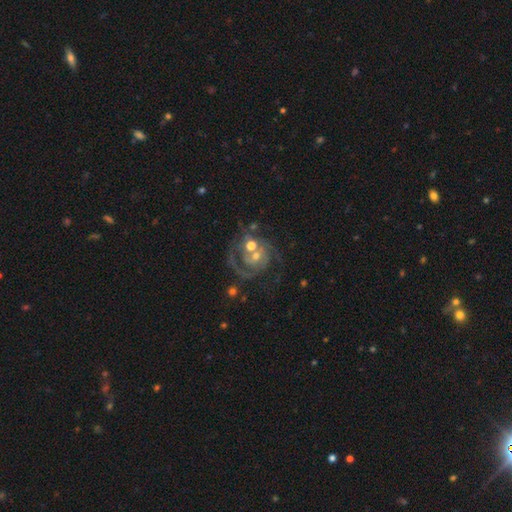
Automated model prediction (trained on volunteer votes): Smooth or featured?
  - featured or disk: 87% *
  - star or artifact: 7%
  - smooth: 6%
Edge-on disk?
  - no: 98% *
  - yes: 2%
Bar?
  - no: 61% *
  - weak: 31%
  - strong: 8%
Spiral arms?
  - yes: 96% *
  - no: 4%
Spiral winding?
  - tight: 48% *
  - medium: 42%
  - loose: 10%
Spiral arm count?
  - 2: 59% *
  - 3: 13%
  - can't tell: 11%
  - 1: 10%
  - 4: 4%
  - more than 4: 3%
Bulge size?
  - small: 47% *
  - moderate: 45%
  - none: 4%
  - large: 3%
  - dominant: 1%
Merging?
  - none: 54% *
  - major disturbance: 16%
  - merger: 16%
  - minor disturbance: 15%